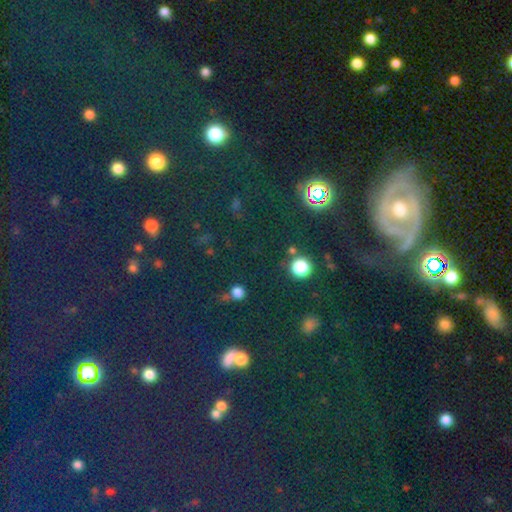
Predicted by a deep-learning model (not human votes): smooth-or-featured: star or artifact: 45% | smooth: 34% | featured or disk: 21%